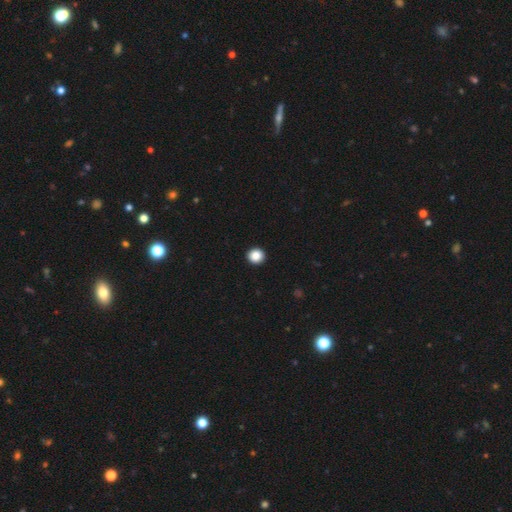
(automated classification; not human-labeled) smooth_or_featured: smooth (p=0.88) [alt: star or artifact p=0.09]
how_rounded: round (p=0.91) [alt: in between p=0.08]
merging: none (p=0.94) [alt: minor disturbance p=0.04]